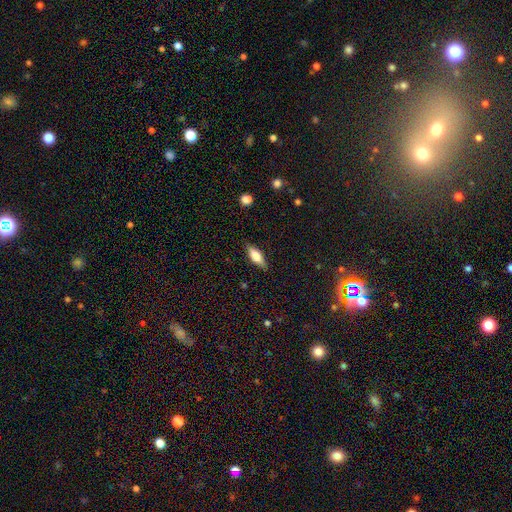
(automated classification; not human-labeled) Smooth or featured? smooth (65%)
How rounded? in between (63%)
Merging? none (84%)